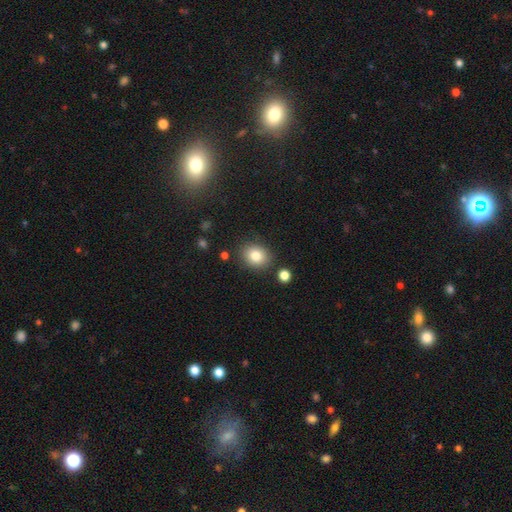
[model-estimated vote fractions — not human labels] smooth-or-featured: smooth: 82% | star or artifact: 10% | featured or disk: 8%
  how-rounded: round: 58% | in between: 41% | cigar-shaped: 1%
  merging: none: 83% | minor disturbance: 10% | merger: 4% | major disturbance: 3%